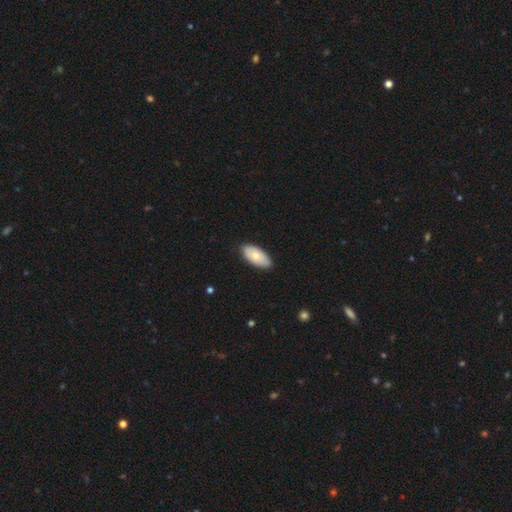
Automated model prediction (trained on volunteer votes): smooth-or-featured: smooth: 71% | featured or disk: 23% | star or artifact: 5%
  how-rounded: in between: 93% | cigar-shaped: 4% | round: 2%
  merging: none: 87% | minor disturbance: 11% | major disturbance: 2% | merger: 1%